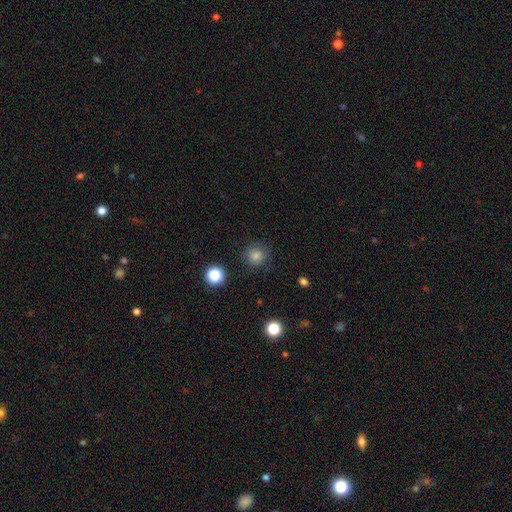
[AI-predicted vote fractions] The model was most divided on "smooth or featured": smooth: 79%, star or artifact: 15%, featured or disk: 5%. More confident: how rounded — round (90%); merging — none (85%).